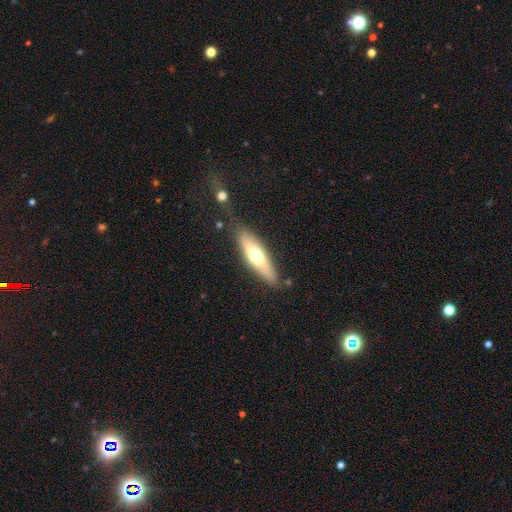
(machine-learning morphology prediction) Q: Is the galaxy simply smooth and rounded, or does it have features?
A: smooth — 57%.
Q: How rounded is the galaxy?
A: cigar-shaped — 63%.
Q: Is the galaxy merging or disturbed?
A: none — 77%.